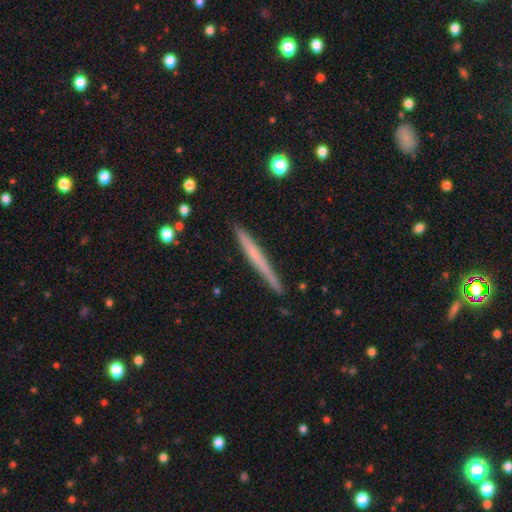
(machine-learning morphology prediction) Smooth or featured? smooth (50%)
How rounded? cigar-shaped (97%)
Merging? none (90%)